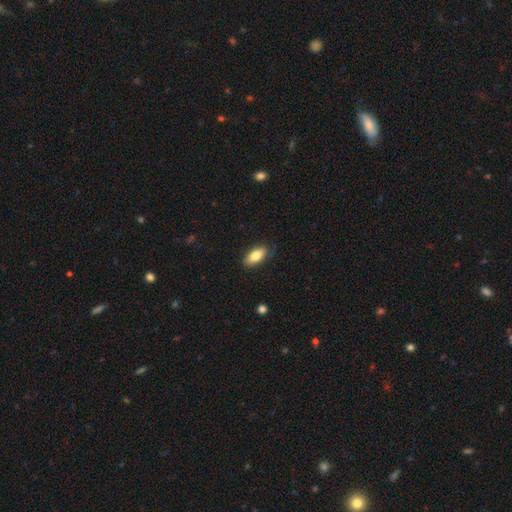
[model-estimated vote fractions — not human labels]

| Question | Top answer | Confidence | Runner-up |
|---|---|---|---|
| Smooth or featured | smooth | 80% | featured or disk (14%) |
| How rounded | in between | 84% | cigar-shaped (13%) |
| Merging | none | 84% | minor disturbance (12%) |